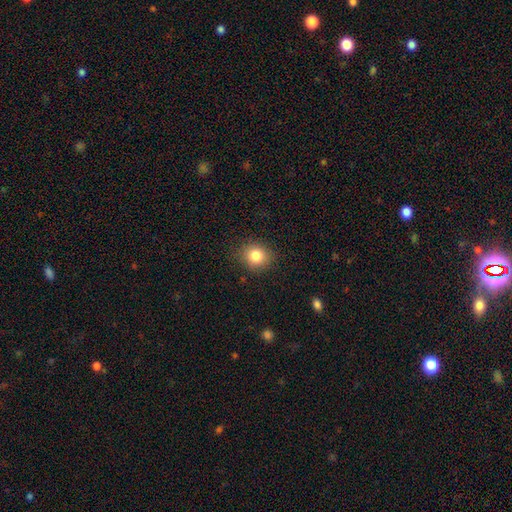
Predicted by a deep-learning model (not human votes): This appears to be a smooth galaxy with no disk features (83%) that is round (76%). Merging: none (85%).